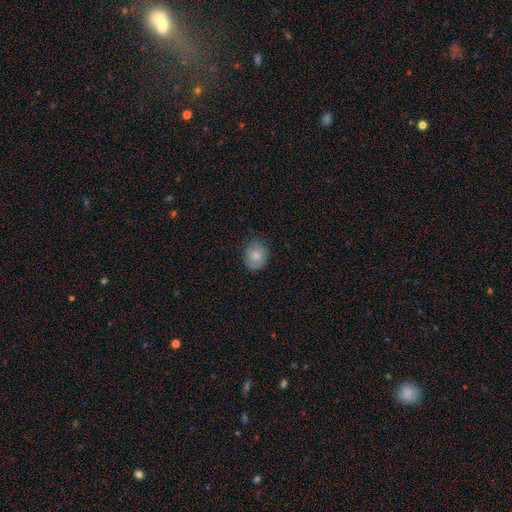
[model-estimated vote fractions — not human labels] Overall: smooth (79%). How rounded: round (66%; in between 33%). Merging: none (79%).